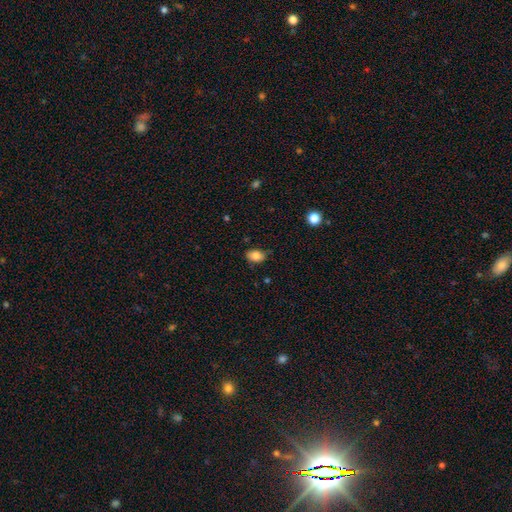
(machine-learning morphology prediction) Smooth or featured: smooth — 83% (star or artifact — 9%)
How rounded: in between — 84% (round — 14%)
Merging: none — 78% (minor disturbance — 17%)